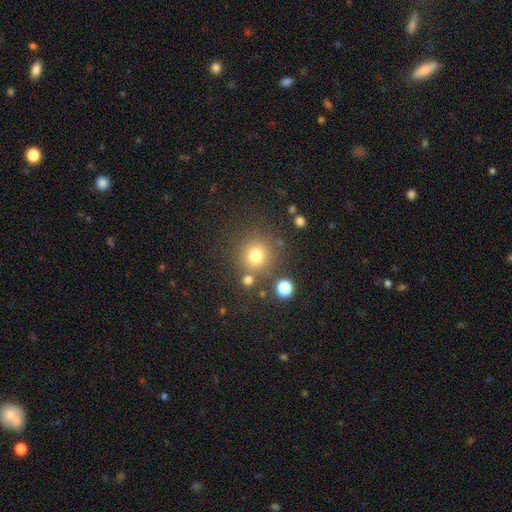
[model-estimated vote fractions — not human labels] smooth 76%, star or artifact 17%, featured or disk 8%. Down the decision tree: how rounded — round (93%); merging — none (79%).